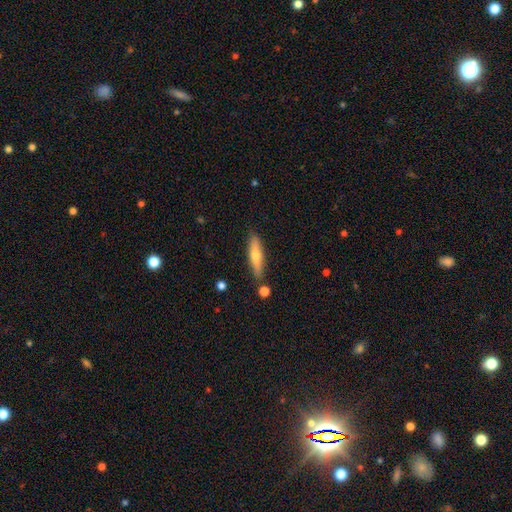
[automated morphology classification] type=smooth (55%); roundness=cigar-shaped (78%); merging=none (83%).